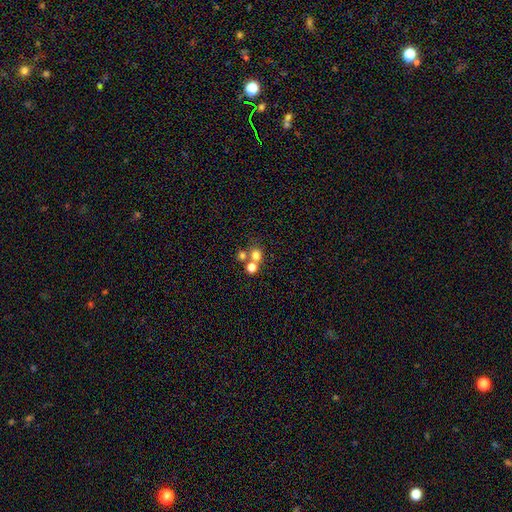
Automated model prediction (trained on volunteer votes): Morphology: type=smooth (72%); roundness=round (86%); merging=none (50%).